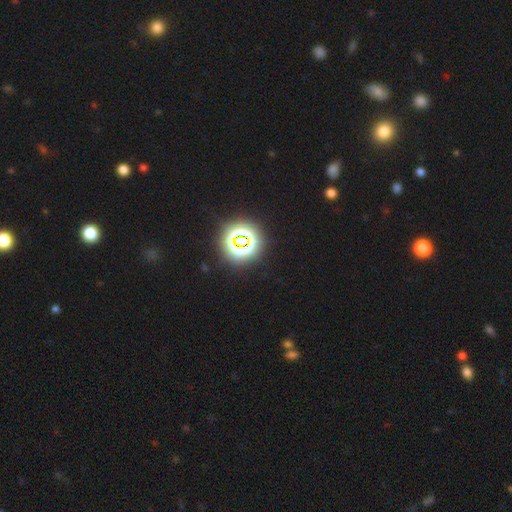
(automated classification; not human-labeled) This is likely a star or artifact rather than a galaxy (75%).